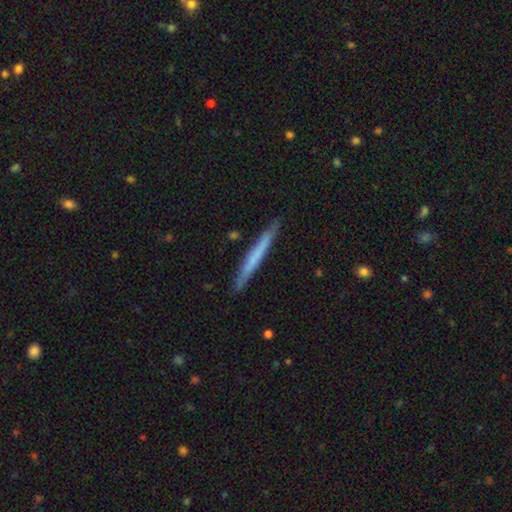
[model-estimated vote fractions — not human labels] A smooth galaxy with no disk features (55%) that is cigar-shaped (97%). Merging: none (89%).